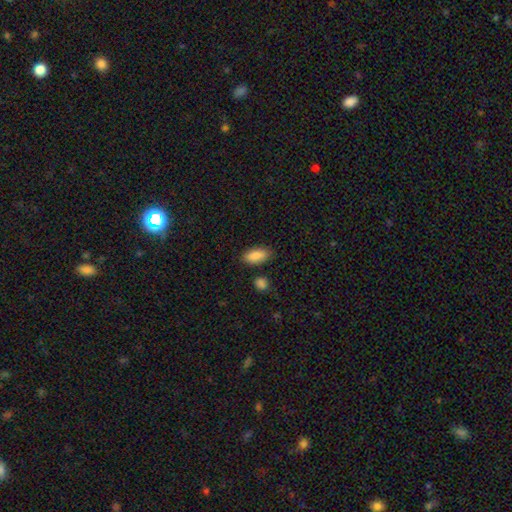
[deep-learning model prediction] The model was most divided on "merging": none: 82%, minor disturbance: 12%, merger: 3%, major disturbance: 3%. More confident: how rounded — in between (90%); smooth or featured — smooth (88%).